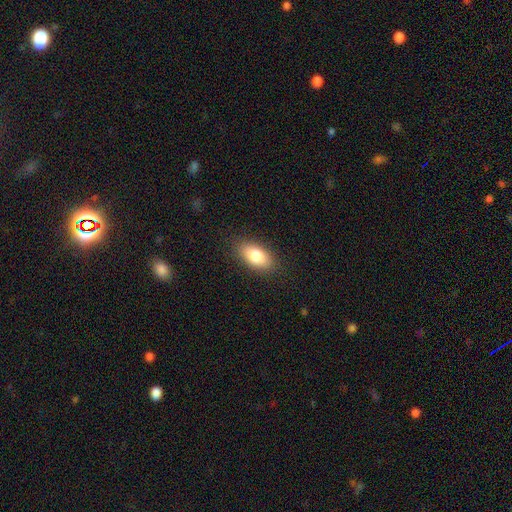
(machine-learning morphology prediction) Overall: smooth (82%). How rounded: in between (90%). Merging: none (87%).